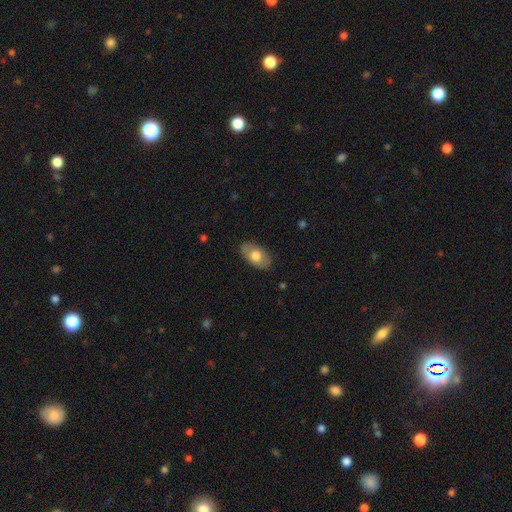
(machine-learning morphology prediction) type=smooth (71%); roundness=in between (93%); merging=none (83%).